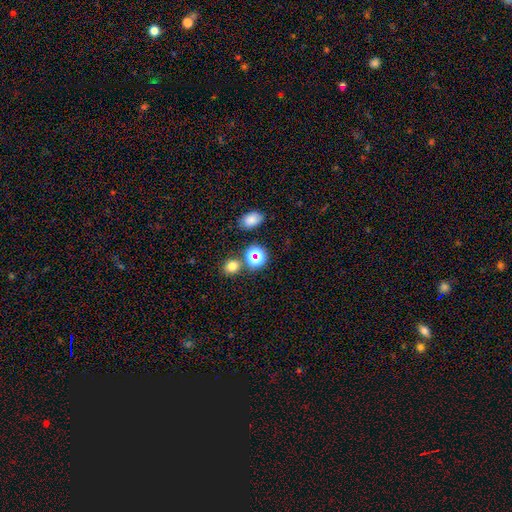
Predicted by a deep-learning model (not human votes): A smooth galaxy with no disk features (59%) that is round (75%). Merging: none (74%).